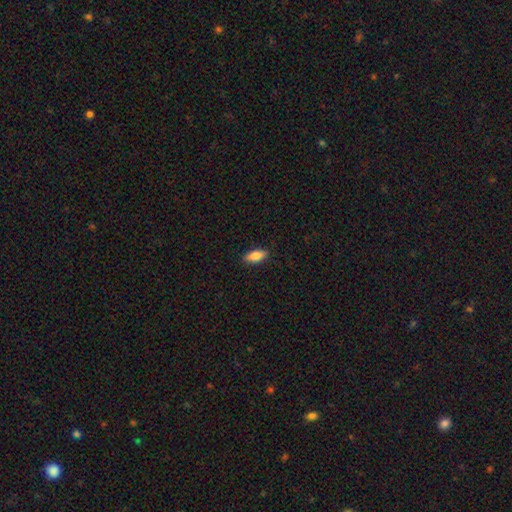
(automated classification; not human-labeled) Morphology: type=smooth (83%); roundness=in between (80%); merging=none (88%).